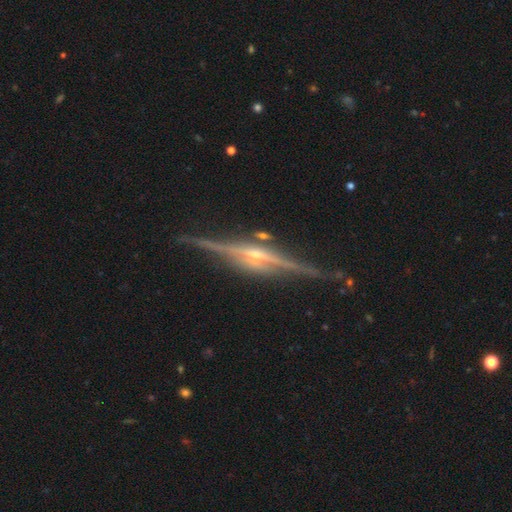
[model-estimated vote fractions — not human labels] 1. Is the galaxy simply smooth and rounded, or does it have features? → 90% featured or disk, 6% star or artifact, 4% smooth.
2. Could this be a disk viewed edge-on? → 98% yes, 2% no.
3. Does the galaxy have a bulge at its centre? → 76% rounded, 16% boxy, 7% none.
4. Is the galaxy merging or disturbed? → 86% none, 9% minor disturbance, 3% major disturbance, 2% merger.